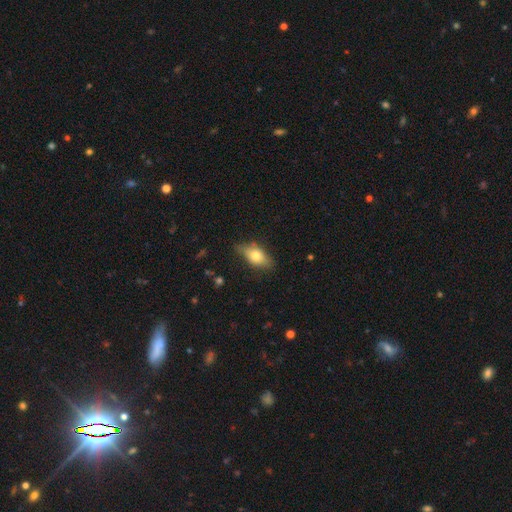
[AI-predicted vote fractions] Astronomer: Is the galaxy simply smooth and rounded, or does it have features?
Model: smooth — 66%.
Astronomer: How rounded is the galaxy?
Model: in between — 82%.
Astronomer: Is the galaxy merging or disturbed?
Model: none — 72%.